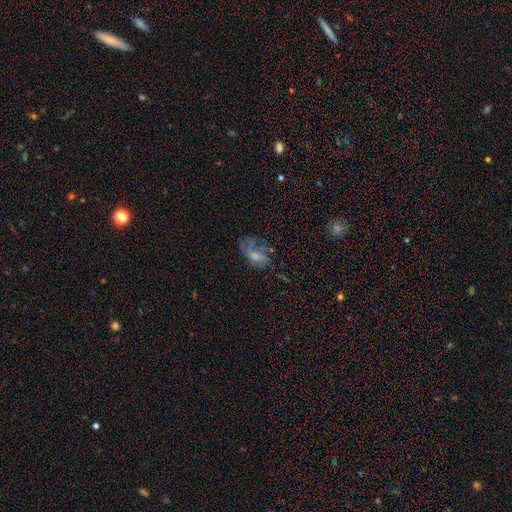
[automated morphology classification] The model was most divided on "smooth or featured": smooth: 47%, featured or disk: 39%, star or artifact: 14%. Remaining: merging — major disturbance (43%).